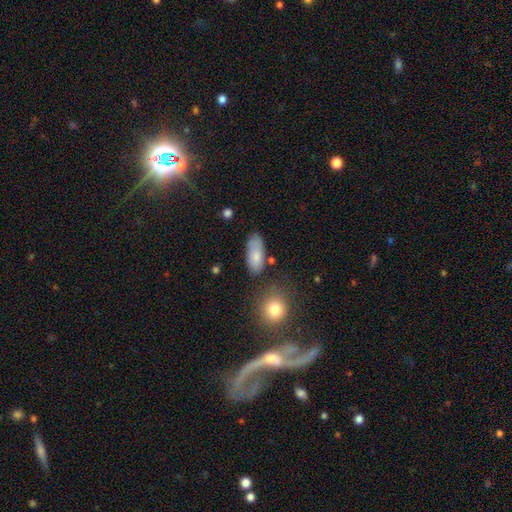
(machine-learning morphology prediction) A smooth galaxy with no disk features (81%) that is in between round and cigar-shaped (89%). Merging: none (69%).